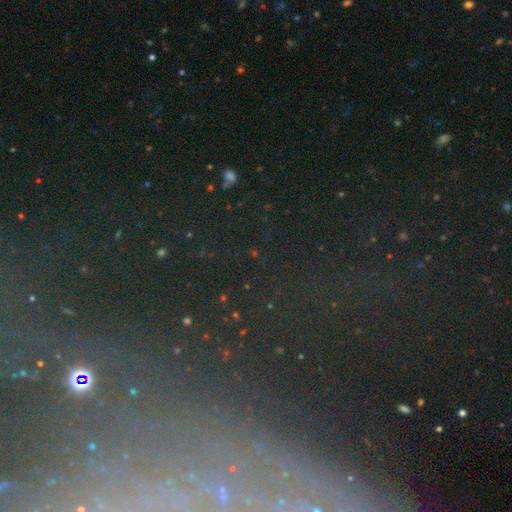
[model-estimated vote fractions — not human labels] Smooth or featured? star or artifact (58%)